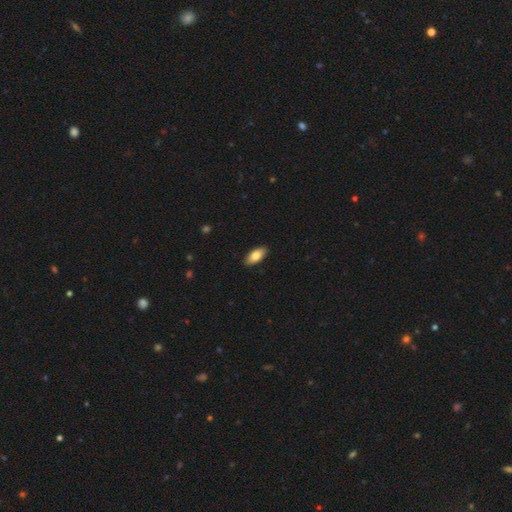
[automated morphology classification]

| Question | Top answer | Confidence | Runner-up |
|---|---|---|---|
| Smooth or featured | smooth | 80% | featured or disk (14%) |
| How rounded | in between | 88% | cigar-shaped (10%) |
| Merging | none | 90% | minor disturbance (8%) |